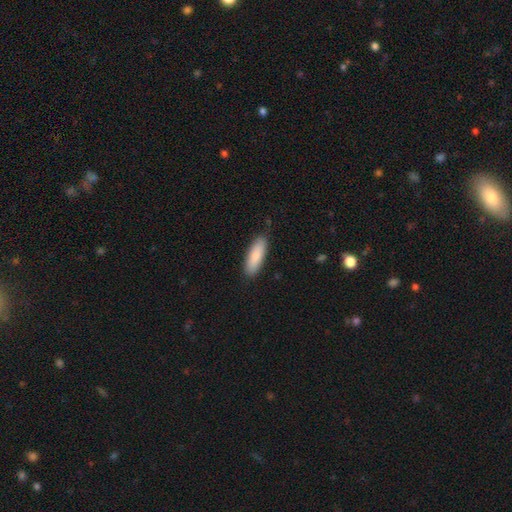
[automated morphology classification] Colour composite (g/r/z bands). It shows a smooth galaxy with no disk features (86%) that is in between round and cigar-shaped (57%). Merging: none (85%).